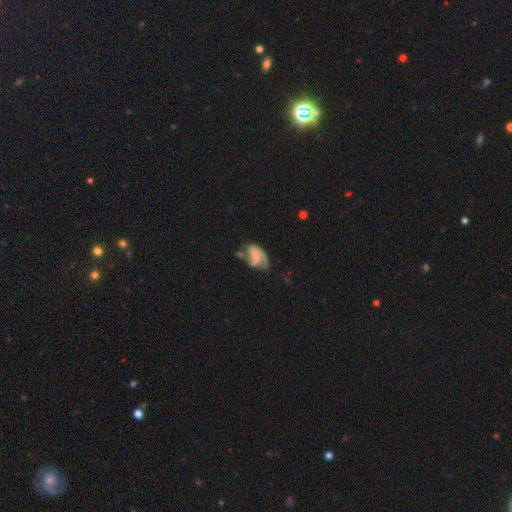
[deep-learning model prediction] Smooth or featured?
  - featured or disk: 71% *
  - smooth: 22%
  - star or artifact: 7%
Edge-on disk?
  - no: 97% *
  - yes: 3%
Bar?
  - no: 45% *
  - weak: 40%
  - strong: 15%
Spiral arms?
  - yes: 88% *
  - no: 12%
Spiral winding?
  - medium: 44% *
  - loose: 33%
  - tight: 24%
Spiral arm count?
  - 2: 65% *
  - 1: 20%
  - can't tell: 9%
  - 3: 4%
  - 4: 1%
  - more than 4: 1%
Bulge size?
  - small: 45% *
  - none: 34%
  - moderate: 17%
  - large: 3%
  - dominant: 1%
Merging?
  - none: 35% *
  - minor disturbance: 26%
  - major disturbance: 25%
  - merger: 14%